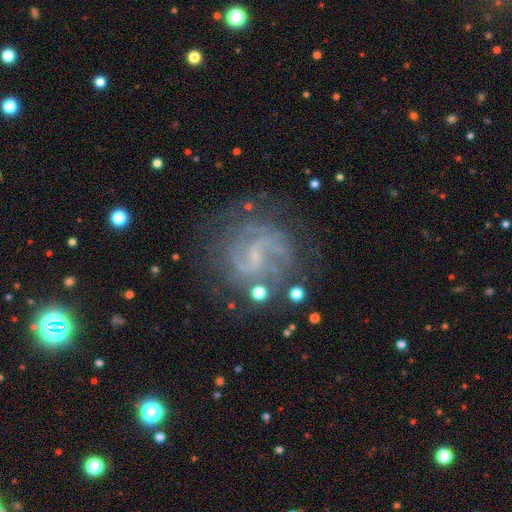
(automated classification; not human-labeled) smooth-or-featured: featured or disk: 83% | star or artifact: 9% | smooth: 8%
  disk-edge-on: no: 98% | yes: 2%
    bar: weak: 52% | no: 29% | strong: 19%
    has-spiral-arms: yes: 95% | no: 5%
      spiral-winding: medium: 47% | tight: 33% | loose: 21%
      spiral-arm-count: 2: 59% | can't tell: 17% | 3: 11% | 4: 5% | 1: 4% | more than 4: 4%
    bulge-size: small: 65% | none: 26% | moderate: 7% | large: 1% | dominant: 1%
  merging: none: 72% | minor disturbance: 15% | major disturbance: 10% | merger: 3%